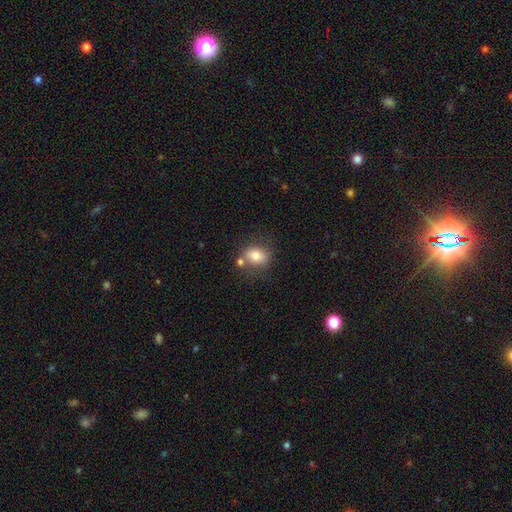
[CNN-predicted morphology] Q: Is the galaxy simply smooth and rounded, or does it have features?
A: smooth — 78%.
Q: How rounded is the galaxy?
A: in between — 52%.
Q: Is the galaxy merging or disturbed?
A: none — 61%.